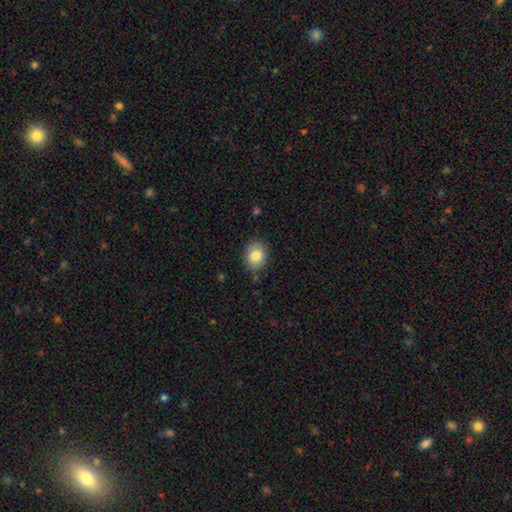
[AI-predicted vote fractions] A smooth galaxy with no disk features (83%) that is round (50%).

Vote fractions:
- Smooth or featured? smooth: 83% / featured or disk: 9% / star or artifact: 8%
- How rounded? round: 50% / in between: 49% / cigar-shaped: 1%
- Merging? none: 84% / minor disturbance: 12% / major disturbance: 3% / merger: 2%